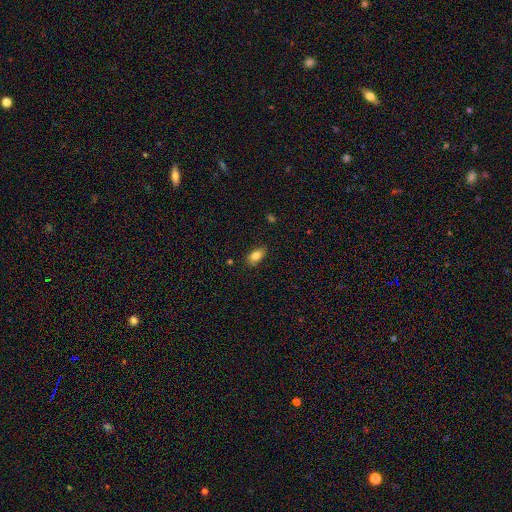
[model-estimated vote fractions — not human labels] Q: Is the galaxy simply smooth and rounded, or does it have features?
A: smooth — 81%.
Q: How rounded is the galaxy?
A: in between — 88%.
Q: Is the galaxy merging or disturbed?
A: none — 81%.